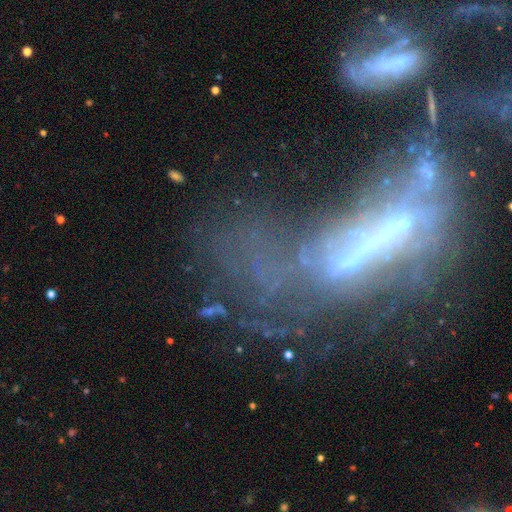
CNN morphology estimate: The model was most divided on "merging": major disturbance: 38%, merger: 27%, none: 22%, minor disturbance: 12%. More confident: edge-on disk — no (72%); smooth or featured — featured or disk (60%).